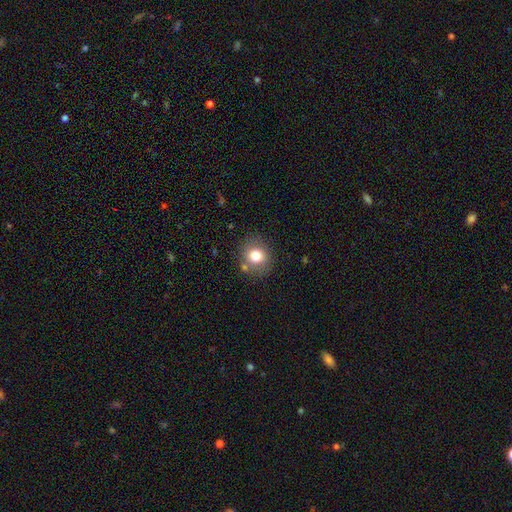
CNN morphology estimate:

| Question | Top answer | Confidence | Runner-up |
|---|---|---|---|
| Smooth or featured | smooth | 77% | featured or disk (12%) |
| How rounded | round | 78% | in between (21%) |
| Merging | none | 78% | minor disturbance (12%) |